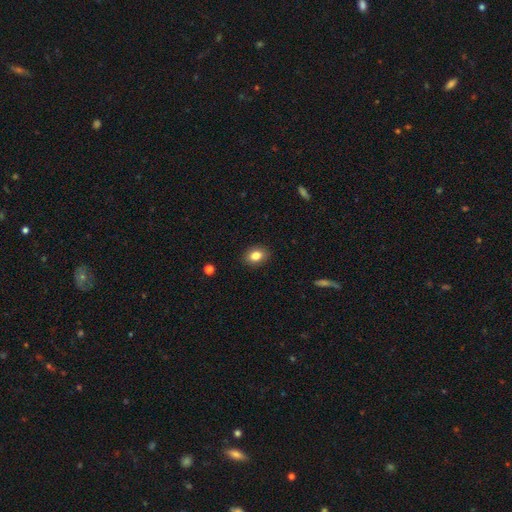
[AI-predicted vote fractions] This appears to be a smooth galaxy with no disk features (82%) that is in between round and cigar-shaped (67%). Merging: none (89%).